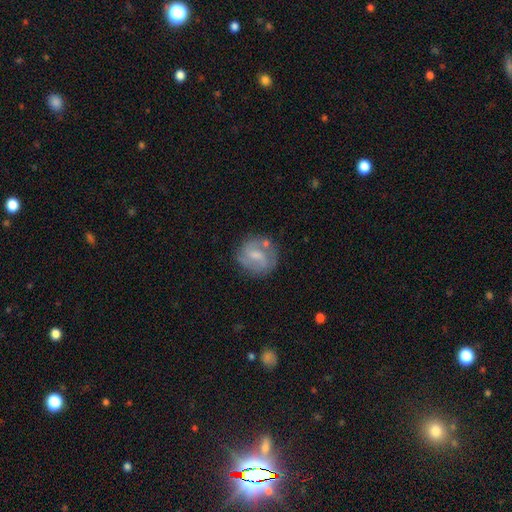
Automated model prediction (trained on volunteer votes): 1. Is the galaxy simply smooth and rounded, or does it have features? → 65% featured or disk, 28% smooth, 7% star or artifact.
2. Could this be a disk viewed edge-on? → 97% no, 3% yes.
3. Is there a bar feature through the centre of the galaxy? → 55% weak, 29% no, 16% strong.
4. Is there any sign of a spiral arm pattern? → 85% yes, 15% no.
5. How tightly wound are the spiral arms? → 47% medium, 26% tight, 26% loose.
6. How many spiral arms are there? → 72% 2, 14% can't tell, 7% 3, 4% 1, 2% 4, 2% more than 4.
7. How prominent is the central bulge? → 45% small, 37% moderate, 14% none, 3% large, 1% dominant.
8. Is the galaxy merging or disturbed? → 67% none, 19% minor disturbance, 8% major disturbance, 7% merger.